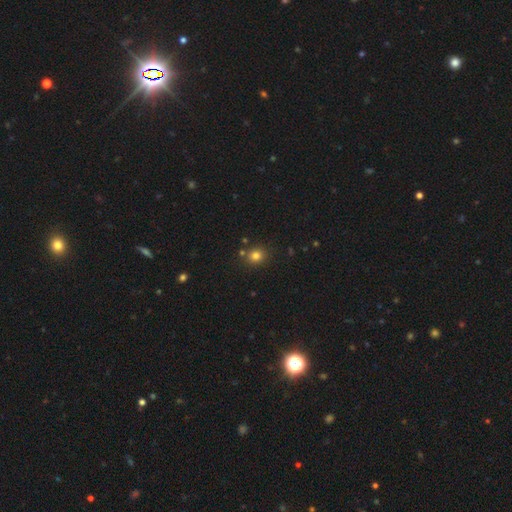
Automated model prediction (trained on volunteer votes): Smooth or featured? Predicted: smooth (p=0.79). How rounded? Predicted: round (p=0.81). Merging? Predicted: none (p=0.80).